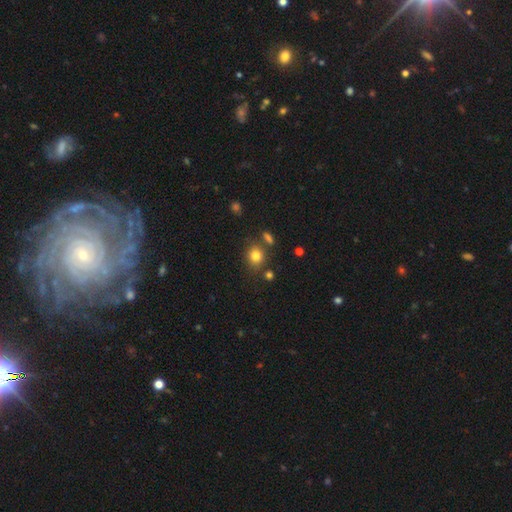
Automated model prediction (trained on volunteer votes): Smooth or featured?
  - smooth: 80% *
  - star or artifact: 13%
  - featured or disk: 7%
How rounded?
  - round: 76% *
  - in between: 23%
  - cigar-shaped: 1%
Merging?
  - none: 75% *
  - minor disturbance: 12%
  - merger: 9%
  - major disturbance: 4%